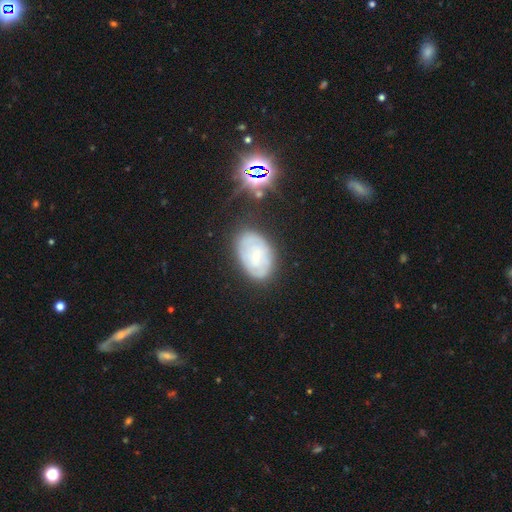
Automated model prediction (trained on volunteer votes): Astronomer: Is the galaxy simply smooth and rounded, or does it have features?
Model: featured or disk — 60%.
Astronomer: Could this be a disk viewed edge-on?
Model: no — 95%.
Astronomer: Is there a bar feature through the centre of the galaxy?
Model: no — 59%.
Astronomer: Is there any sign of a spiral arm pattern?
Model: yes — 68%.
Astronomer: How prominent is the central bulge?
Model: small — 71%.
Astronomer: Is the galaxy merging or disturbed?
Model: none — 72%.